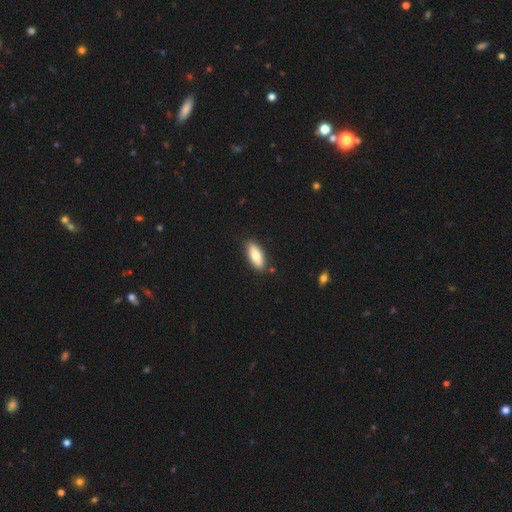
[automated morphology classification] A smooth galaxy with no disk features (79%) that is in between round and cigar-shaped (78%).

Vote fractions:
- Smooth or featured? smooth: 79% / featured or disk: 15% / star or artifact: 6%
- How rounded? in between: 78% / cigar-shaped: 20% / round: 2%
- Merging? none: 86% / minor disturbance: 10% / merger: 2% / major disturbance: 2%